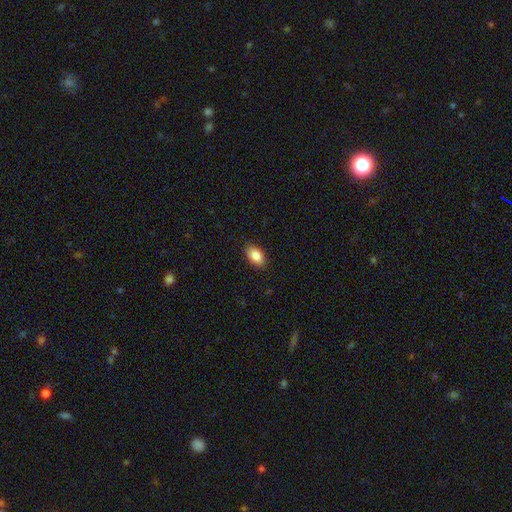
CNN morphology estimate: A smooth galaxy with no disk features (87%) that is in between round and cigar-shaped (91%).

Vote fractions:
- Smooth or featured? smooth: 87% / star or artifact: 7% / featured or disk: 6%
- How rounded? in between: 91% / round: 7% / cigar-shaped: 2%
- Merging? none: 88% / minor disturbance: 9% / major disturbance: 2% / merger: 1%